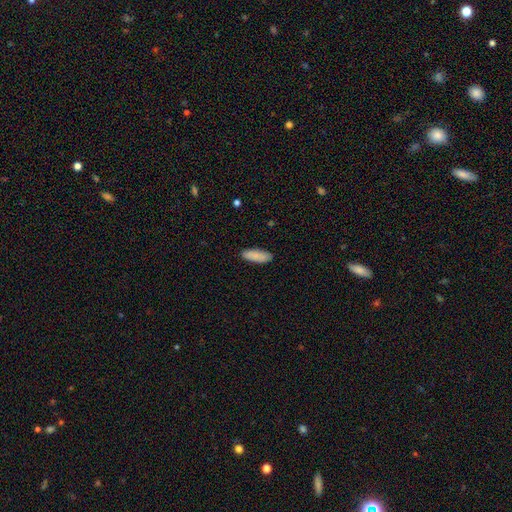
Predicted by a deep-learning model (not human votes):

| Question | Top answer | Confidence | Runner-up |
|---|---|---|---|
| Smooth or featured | smooth | 87% | featured or disk (7%) |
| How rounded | in between | 67% | cigar-shaped (31%) |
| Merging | none | 88% | minor disturbance (9%) |